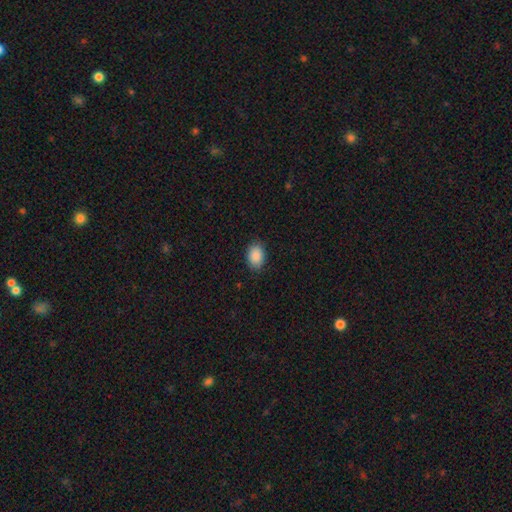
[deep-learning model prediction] smooth 90%, star or artifact 7%, featured or disk 3%. Down the decision tree: how rounded — in between (80%); merging — none (86%).